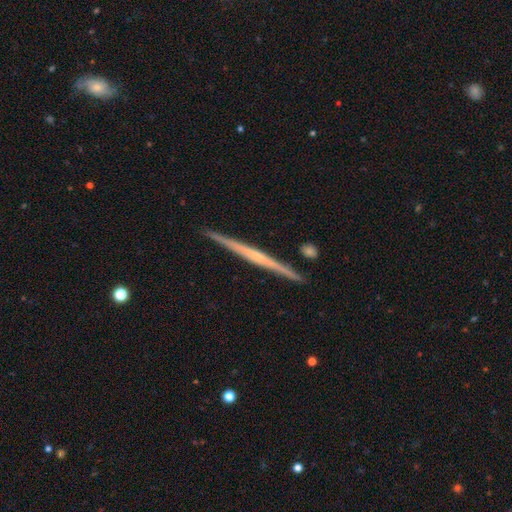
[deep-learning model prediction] This appears to be a featured or disk galaxy (72%) viewed edge-on (98%) with no central bulge (67%). Merging: none (91%).